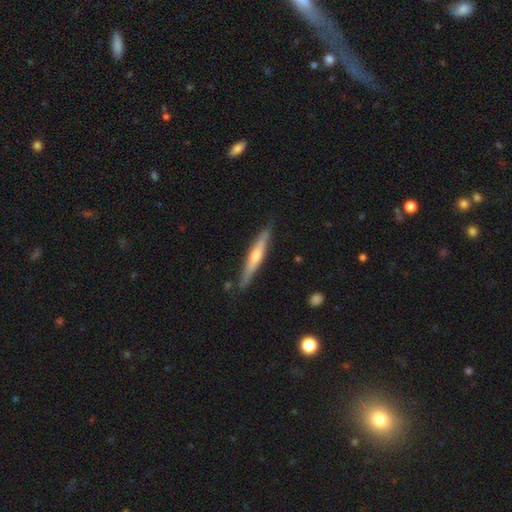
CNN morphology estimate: smooth-or-featured: featured or disk: 57% | smooth: 37% | star or artifact: 5%
  disk-edge-on: yes: 95% | no: 5%
    edge-on-bulge: rounded: 79% | none: 16% | boxy: 6%
  merging: none: 84% | minor disturbance: 12% | major disturbance: 2% | merger: 2%